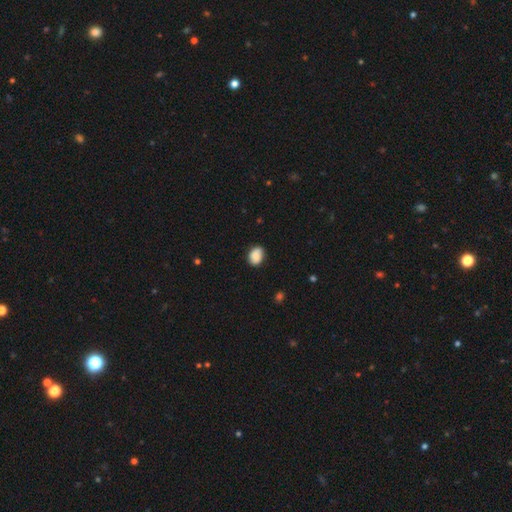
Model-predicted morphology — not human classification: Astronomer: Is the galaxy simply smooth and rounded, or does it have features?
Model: smooth — 83%.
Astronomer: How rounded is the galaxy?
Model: in between — 63%.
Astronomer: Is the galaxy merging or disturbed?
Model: none — 77%.